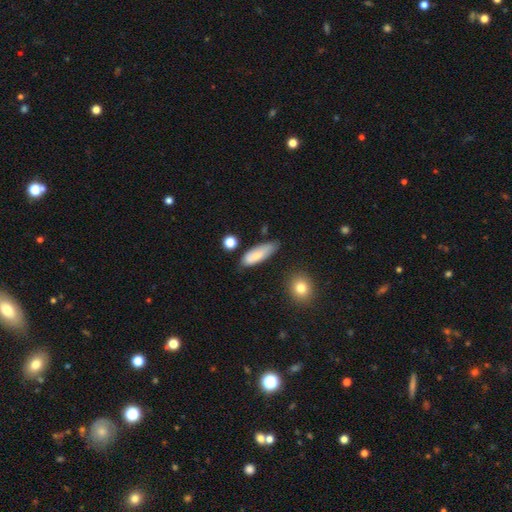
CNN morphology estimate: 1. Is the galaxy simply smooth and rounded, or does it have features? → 73% smooth, 20% featured or disk, 7% star or artifact.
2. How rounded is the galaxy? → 63% in between, 34% cigar-shaped, 2% round.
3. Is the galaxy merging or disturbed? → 64% none, 27% minor disturbance, 5% major disturbance, 4% merger.